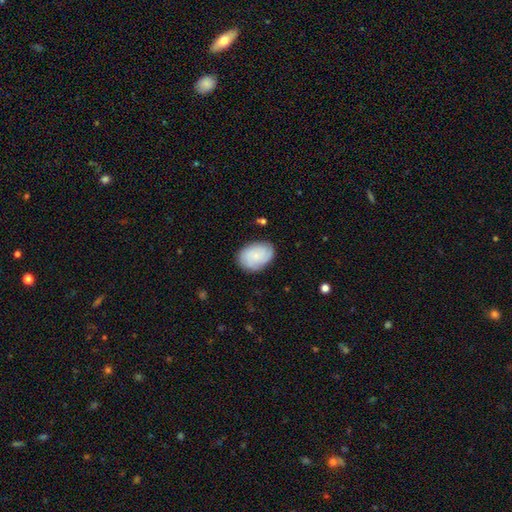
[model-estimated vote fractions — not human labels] smooth_or_featured: smooth (p=0.53) [alt: featured or disk p=0.39]
how_rounded: in between (p=0.80) [alt: round p=0.18]
merging: none (p=0.79) [alt: minor disturbance p=0.16]